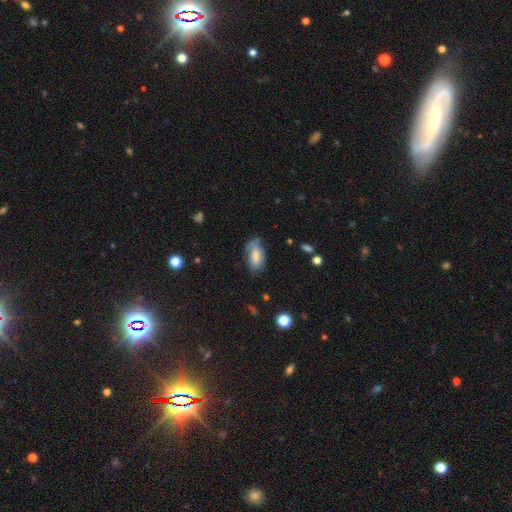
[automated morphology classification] Smooth or featured? smooth (69%)
How rounded? in between (89%)
Merging? none (62%)